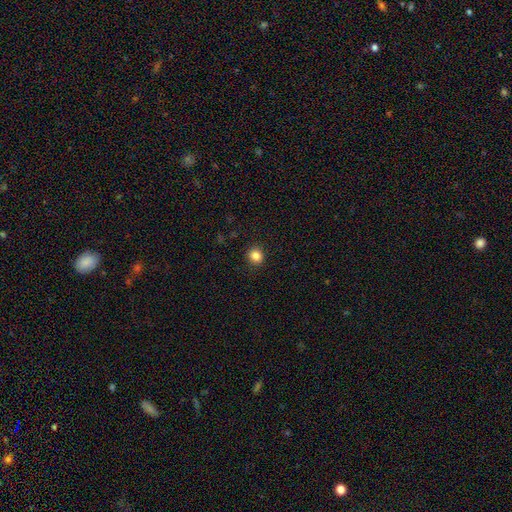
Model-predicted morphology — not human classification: type=smooth (85%); roundness=round (85%); merging=none (91%).